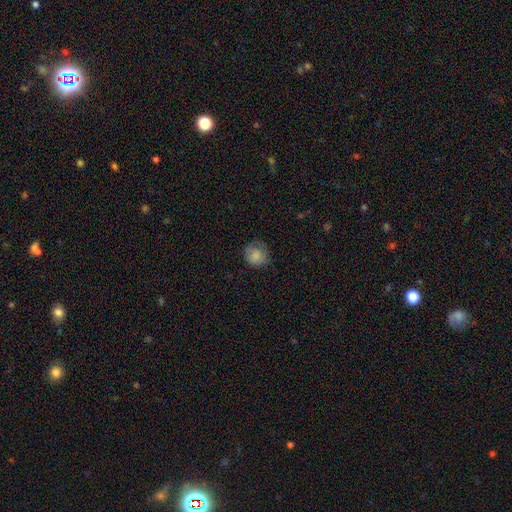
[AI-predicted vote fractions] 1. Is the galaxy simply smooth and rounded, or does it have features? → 81% smooth, 11% featured or disk, 9% star or artifact.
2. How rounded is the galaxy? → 81% round, 18% in between, 1% cigar-shaped.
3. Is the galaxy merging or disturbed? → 66% none, 24% minor disturbance, 9% major disturbance, 1% merger.